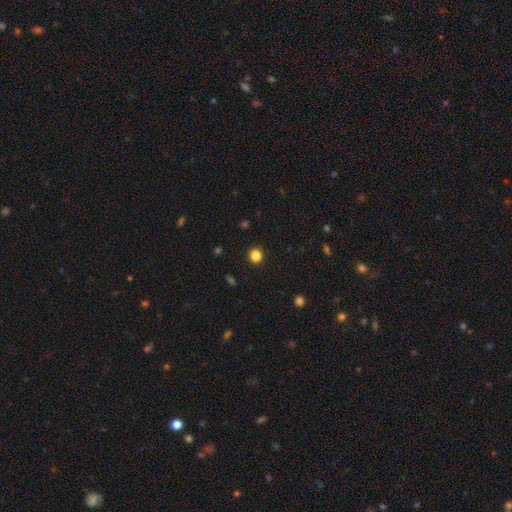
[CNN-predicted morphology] Q: Smooth or featured?
A: smooth (84%); runner-up: star or artifact (12%)
Q: How rounded?
A: round (90%); runner-up: in between (9%)
Q: Merging?
A: none (92%); runner-up: minor disturbance (5%)